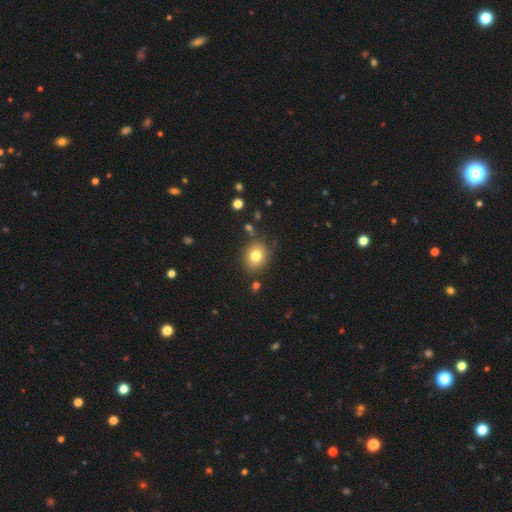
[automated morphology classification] Smooth or featured? Predicted: smooth (p=0.79). How rounded? Predicted: round (p=0.56). Merging? Predicted: none (p=0.78).